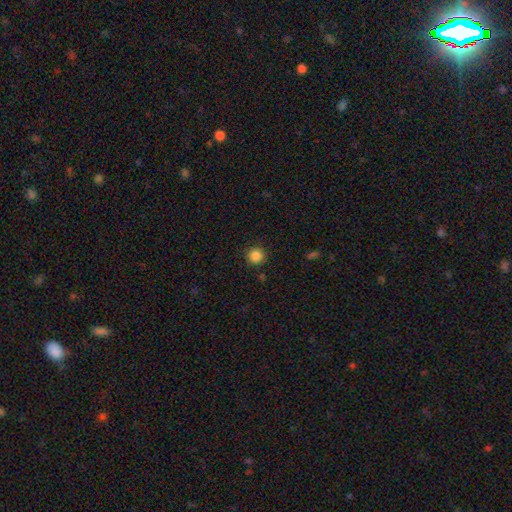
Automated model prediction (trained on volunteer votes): smooth-or-featured: smooth: 86% | star or artifact: 11% | featured or disk: 3%
  how-rounded: round: 95% | in between: 4% | cigar-shaped: 1%
  merging: none: 90% | minor disturbance: 6% | major disturbance: 2% | merger: 1%